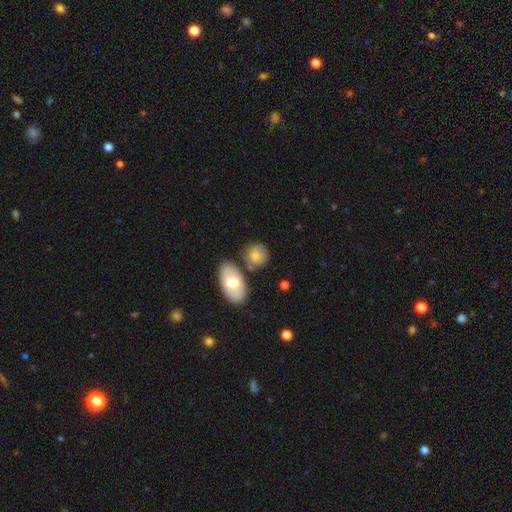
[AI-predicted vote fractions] The model was most divided on "how rounded": round: 63%, in between: 35%, cigar-shaped: 2%. More confident: smooth or featured — smooth (78%); merging — none (66%).